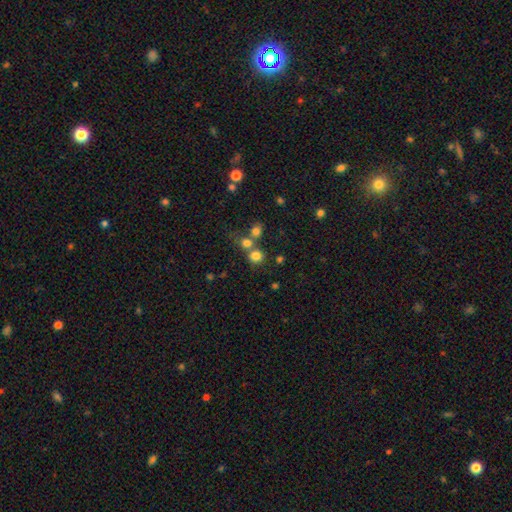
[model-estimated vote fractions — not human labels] This is likely a smooth galaxy (76%). How rounded: clearly round (87%). Merging: possibly none (55%).